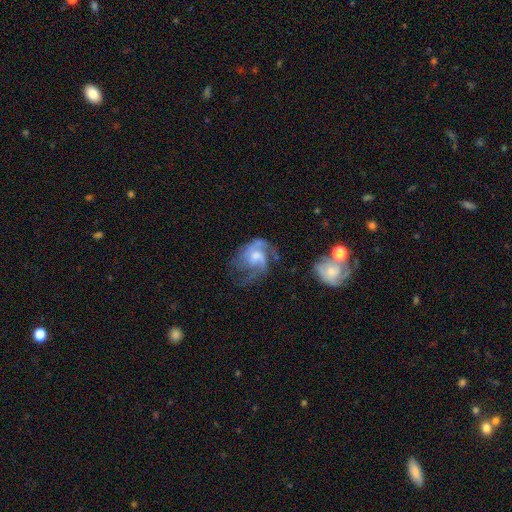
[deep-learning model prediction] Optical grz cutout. It shows a featured or disk galaxy (77%) with no bar (59%), 2 (37%) medium (47%) spiral arms (88%) and a moderate central bulge (45%). Merging: none (38%).